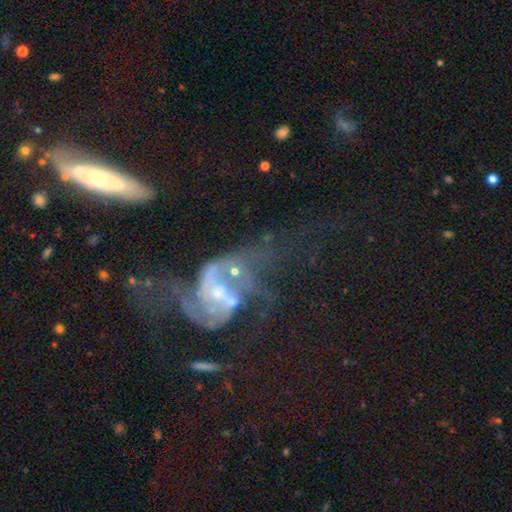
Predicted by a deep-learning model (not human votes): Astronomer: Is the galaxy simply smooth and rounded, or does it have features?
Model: featured or disk — 73%.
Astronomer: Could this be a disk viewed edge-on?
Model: no — 91%.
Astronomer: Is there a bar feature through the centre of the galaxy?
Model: no — 57%.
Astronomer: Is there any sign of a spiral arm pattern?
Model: yes — 80%.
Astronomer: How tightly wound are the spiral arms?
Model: loose — 43% (runner-up: medium, 37%).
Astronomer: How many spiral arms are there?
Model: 2 — 68%.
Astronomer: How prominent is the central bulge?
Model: small — 56%.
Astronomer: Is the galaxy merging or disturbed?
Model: major disturbance — 33% (runner-up: none, 30%).